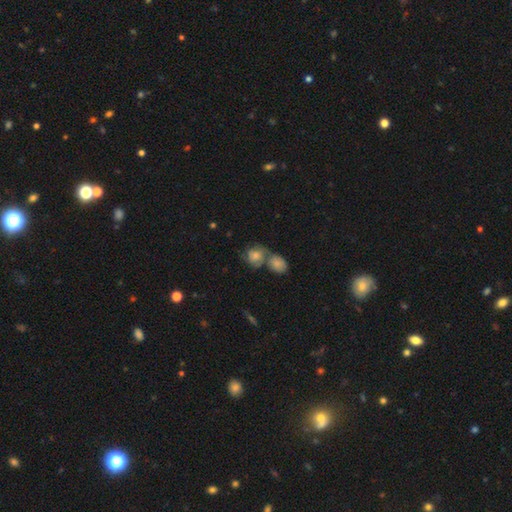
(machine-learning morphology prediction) Smooth or featured? Predicted: smooth (p=0.56). How rounded? Predicted: round (p=0.74). Merging? Predicted: none (p=0.42, tied with merger).